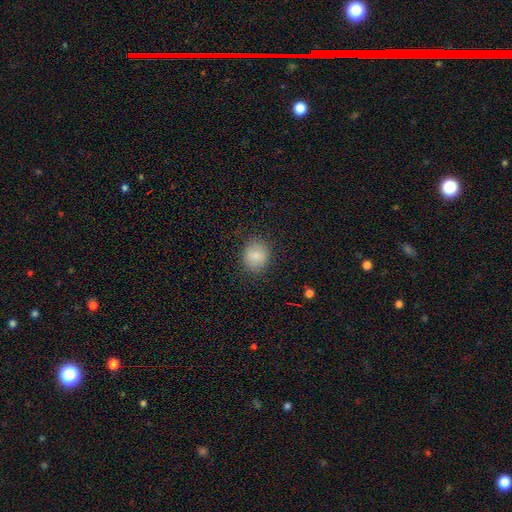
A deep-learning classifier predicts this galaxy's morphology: type=smooth (84%); roundness=round (74%); merging=none (83%).